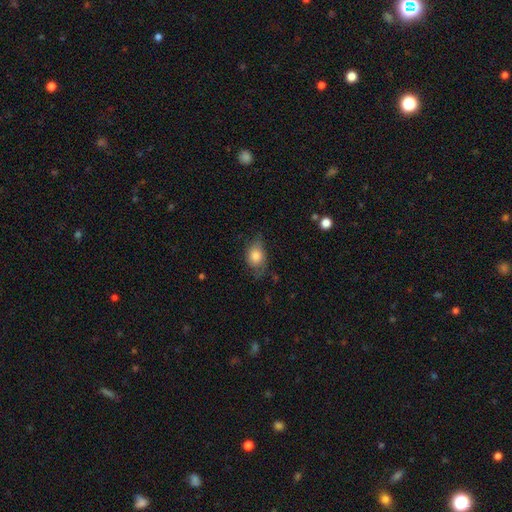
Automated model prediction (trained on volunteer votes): A smooth galaxy with no disk features (73%) that is in between round and cigar-shaped (68%). Merging: none (52%).